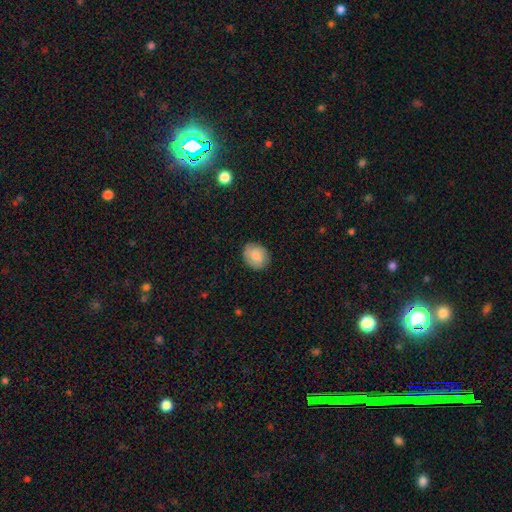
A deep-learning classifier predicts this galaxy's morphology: smooth 80%, featured or disk 13%, star or artifact 7%. Down the decision tree: how rounded — round (68%); merging — none (83%).